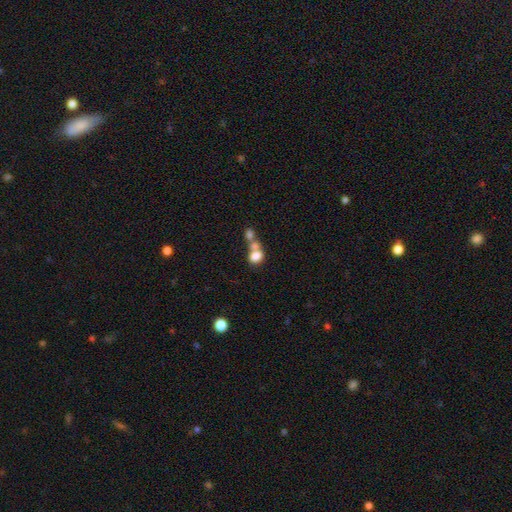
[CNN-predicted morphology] Smooth or featured?
  - smooth: 75% *
  - featured or disk: 15%
  - star or artifact: 10%
How rounded?
  - in between: 55% *
  - round: 44%
  - cigar-shaped: 2%
Merging?
  - merger: 64% *
  - none: 24%
  - minor disturbance: 7%
  - major disturbance: 5%